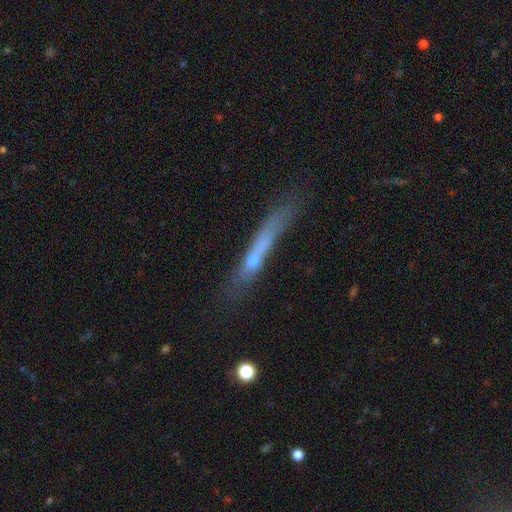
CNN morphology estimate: Smooth or featured?
  - smooth: 48% *
  - featured or disk: 41%
  - star or artifact: 11%
Merging?
  - none: 49% *
  - minor disturbance: 22%
  - major disturbance: 16%
  - merger: 13%